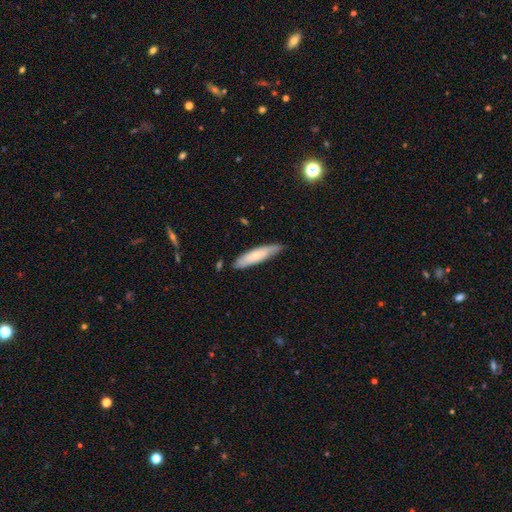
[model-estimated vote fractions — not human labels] smooth 66%, featured or disk 28%, star or artifact 6%. Down the decision tree: how rounded — cigar-shaped (76%); merging — none (75%).